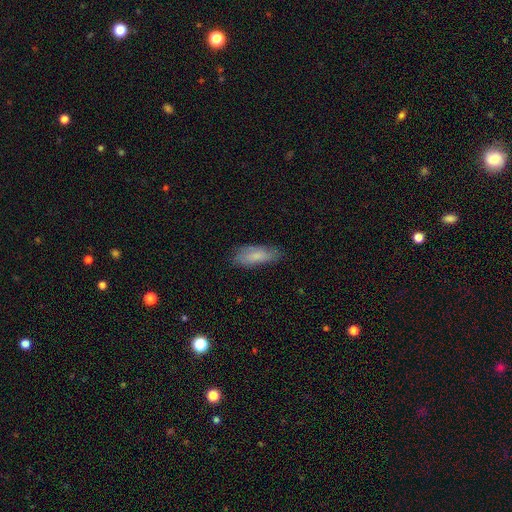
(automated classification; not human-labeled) smooth-or-featured: smooth: 77% | featured or disk: 17% | star or artifact: 7%
  how-rounded: in between: 70% | cigar-shaped: 28% | round: 2%
  merging: none: 75% | minor disturbance: 20% | major disturbance: 4% | merger: 1%